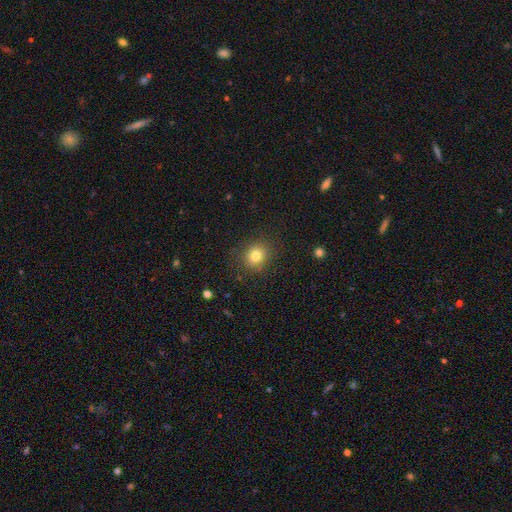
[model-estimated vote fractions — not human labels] A smooth galaxy with no disk features (80%) that is round (79%). Merging: none (86%).